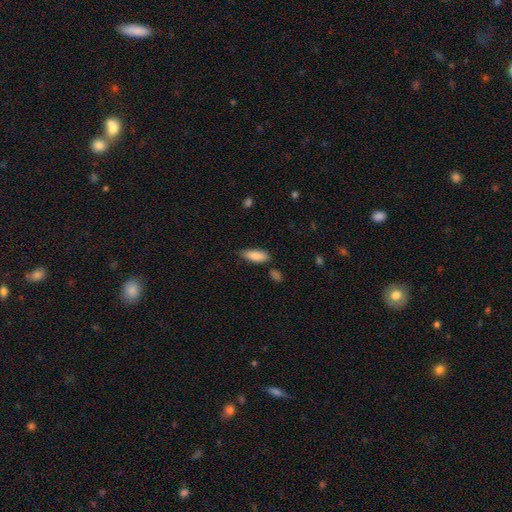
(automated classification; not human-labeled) Smooth or featured?
  - smooth: 85% *
  - featured or disk: 8%
  - star or artifact: 6%
How rounded?
  - in between: 73% *
  - cigar-shaped: 25%
  - round: 2%
Merging?
  - none: 73% *
  - minor disturbance: 19%
  - merger: 4%
  - major disturbance: 3%